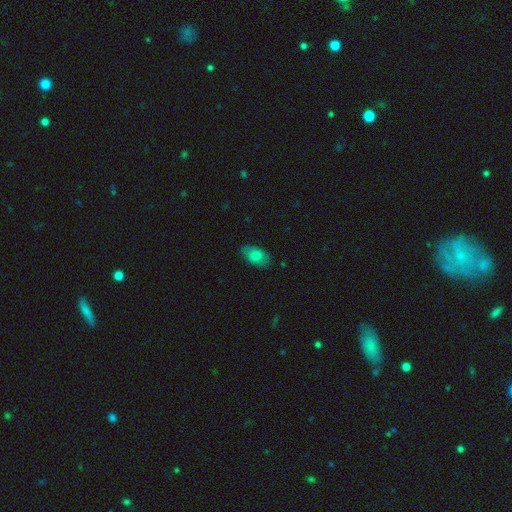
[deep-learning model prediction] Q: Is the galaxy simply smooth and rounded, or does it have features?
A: smooth — 75%.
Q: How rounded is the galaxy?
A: in between — 93%.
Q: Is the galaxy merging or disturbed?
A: none — 77%.